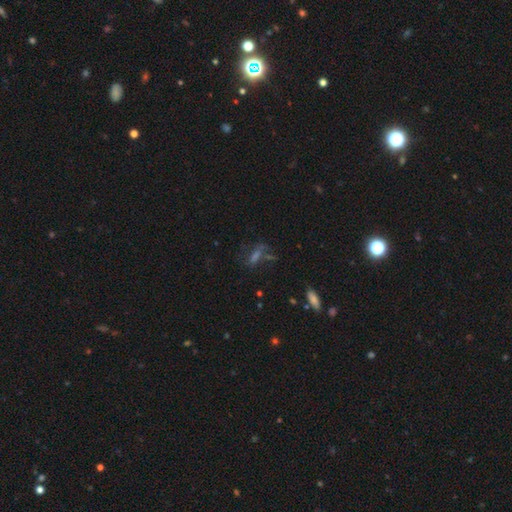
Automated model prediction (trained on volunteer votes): This is marginally a star or artifact rather than a galaxy (36%).